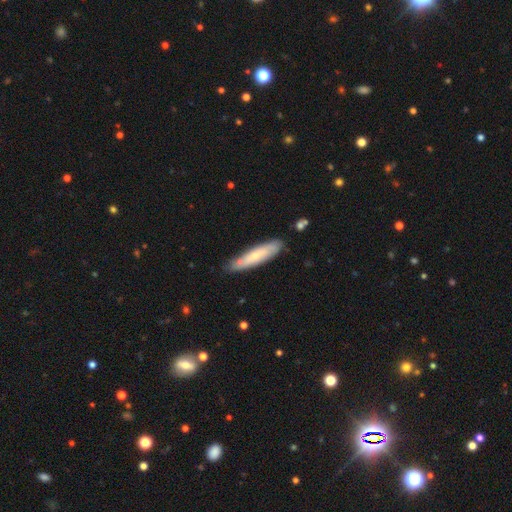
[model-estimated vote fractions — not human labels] smooth-or-featured: smooth: 57% | featured or disk: 37% | star or artifact: 6%
  how-rounded: cigar-shaped: 82% | in between: 17% | round: 1%
  merging: none: 82% | minor disturbance: 14% | major disturbance: 2% | merger: 2%